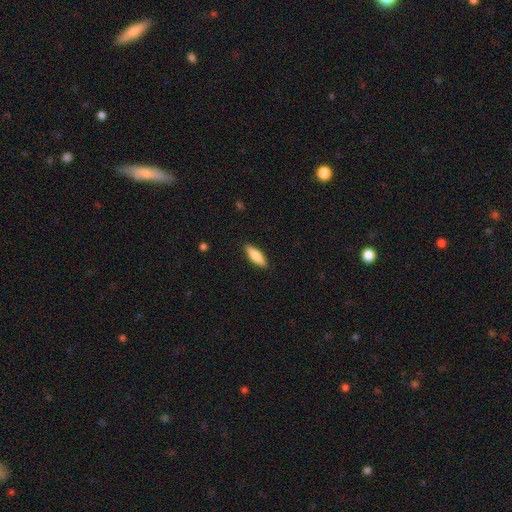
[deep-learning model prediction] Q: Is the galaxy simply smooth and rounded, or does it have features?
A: smooth — 81%.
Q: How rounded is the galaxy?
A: cigar-shaped — 50%.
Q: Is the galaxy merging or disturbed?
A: none — 89%.